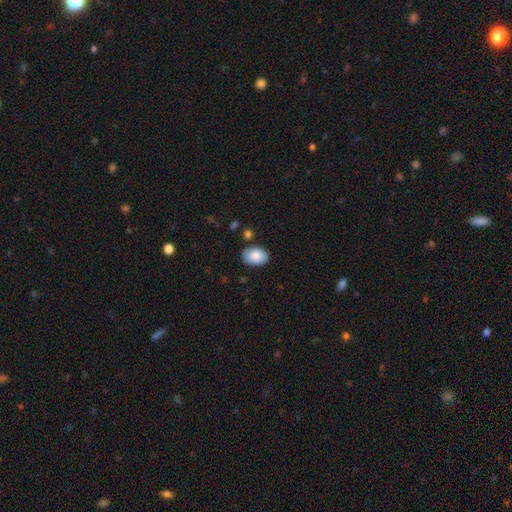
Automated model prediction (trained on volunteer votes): This is clearly a smooth galaxy (87%). How rounded: clearly in between (83%). Merging: likely none (80%).